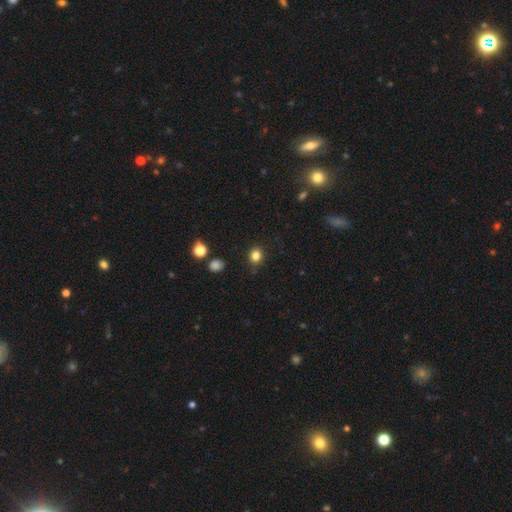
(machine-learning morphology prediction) This is clearly a smooth galaxy (83%). How rounded: likely round (80%). Merging: clearly none (89%).